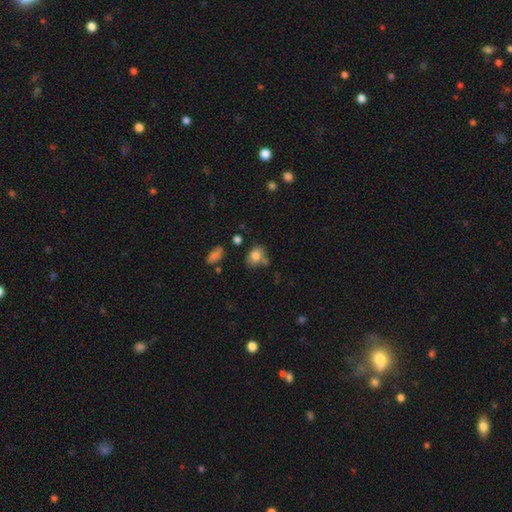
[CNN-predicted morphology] smooth-or-featured: smooth: 81% | star or artifact: 10% | featured or disk: 9%
  how-rounded: in between: 51% | round: 47% | cigar-shaped: 1%
  merging: none: 57% | minor disturbance: 22% | merger: 15% | major disturbance: 7%